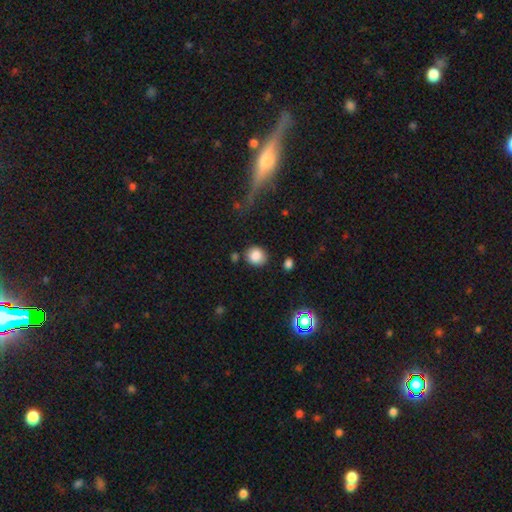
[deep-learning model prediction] Smooth or featured? Predicted: smooth (p=0.84). How rounded? Predicted: round (p=0.77). Merging? Predicted: none (p=0.79).